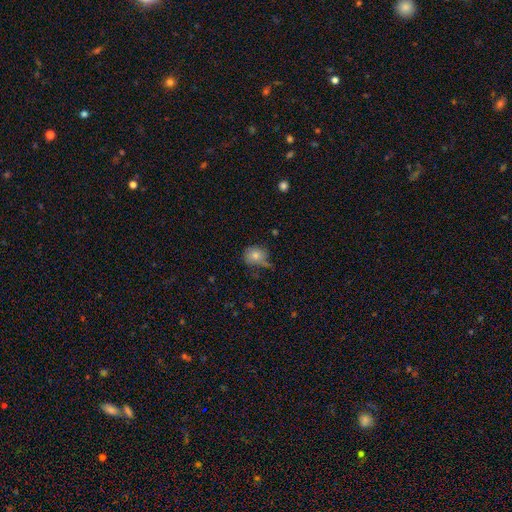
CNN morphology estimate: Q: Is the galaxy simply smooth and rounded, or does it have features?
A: smooth — 77%.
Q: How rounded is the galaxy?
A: round — 73%.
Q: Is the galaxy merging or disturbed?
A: none — 53%.